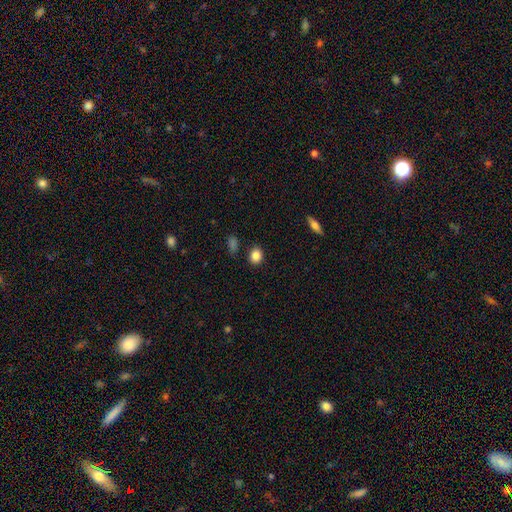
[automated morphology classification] smooth 85%, star or artifact 10%, featured or disk 5%. Down the decision tree: how rounded — round (62%); merging — none (86%).